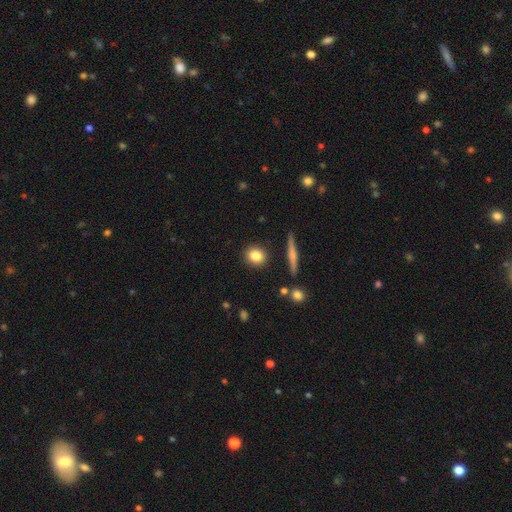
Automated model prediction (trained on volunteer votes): The model was most divided on "how rounded": round: 79%, in between: 18%, cigar-shaped: 3%. More confident: merging — none (88%); smooth or featured — smooth (82%).